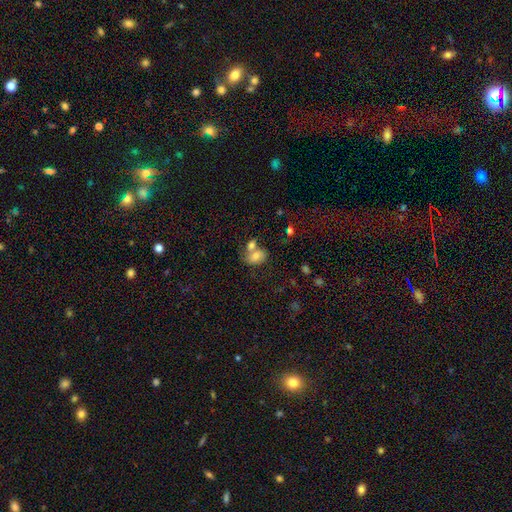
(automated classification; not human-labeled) Smooth or featured? Predicted: smooth (p=0.66). How rounded? Predicted: in between (p=0.80). Merging? Predicted: merger (p=0.55).